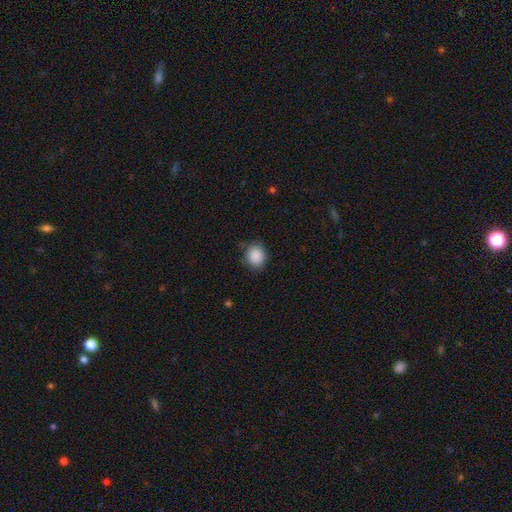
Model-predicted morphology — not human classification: type=smooth (89%); roundness=round (66%); merging=none (82%).